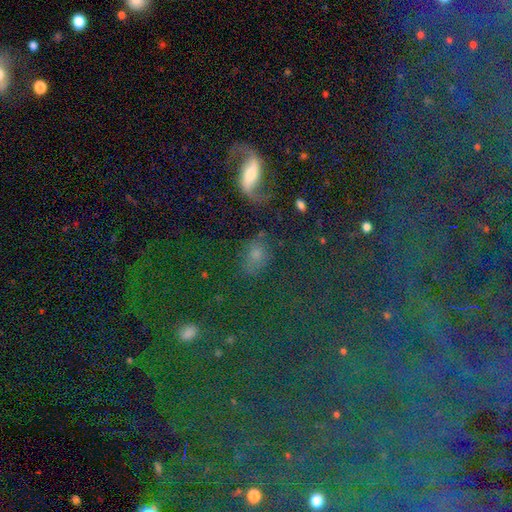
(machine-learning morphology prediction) Overall: smooth (53%; star or artifact 25%). How rounded: in between (60%; round 36%). Merging: none (61%).